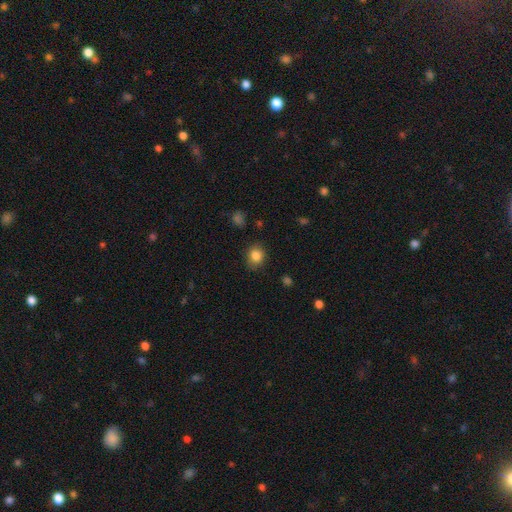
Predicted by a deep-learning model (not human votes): Overall: smooth (84%). How rounded: round (69%; in between 30%). Merging: none (84%).